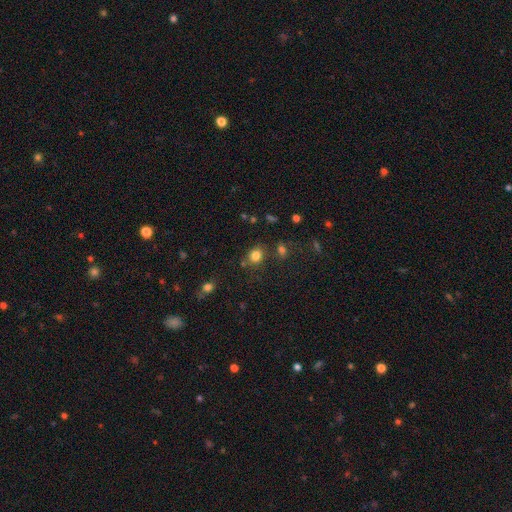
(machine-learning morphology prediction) type=smooth (81%); roundness=round (57%); merging=none (73%).